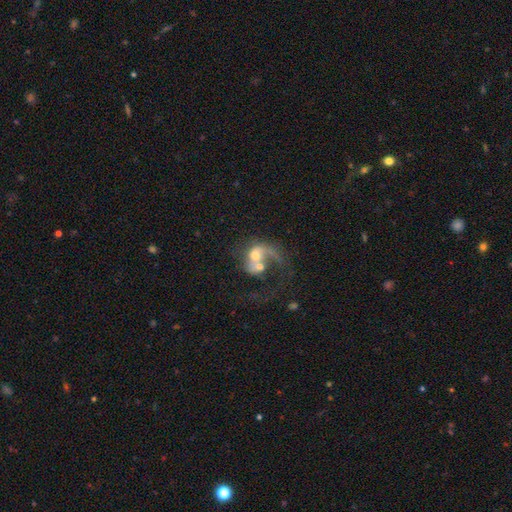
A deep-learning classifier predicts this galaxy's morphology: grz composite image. It shows a featured or disk galaxy (61%) with no bar (73%), spiral arms (73%) and a moderate central bulge (59%). Merging: merger (60%).